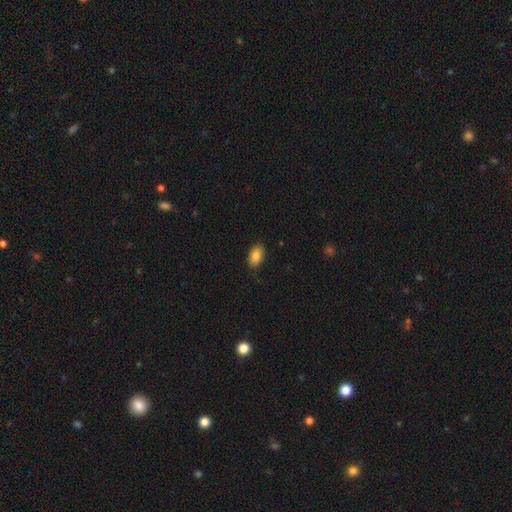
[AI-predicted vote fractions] smooth_or_featured: smooth (p=0.87) [alt: star or artifact p=0.07]
how_rounded: in between (p=0.90) [alt: round p=0.09]
merging: none (p=0.87) [alt: minor disturbance p=0.10]